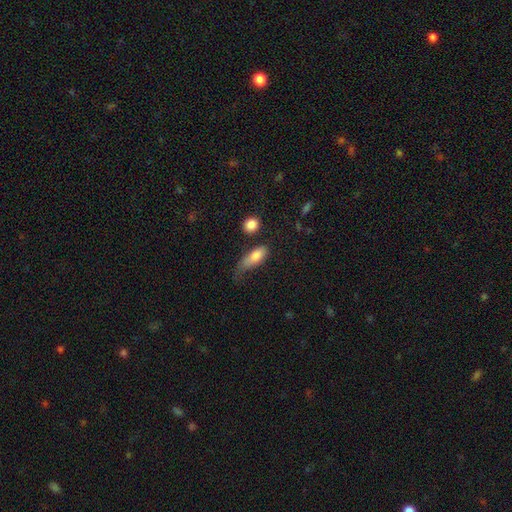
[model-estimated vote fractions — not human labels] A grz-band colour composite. It shows a smooth galaxy with no disk features (80%) that is in between round and cigar-shaped (77%). Merging: minor disturbance (35%).